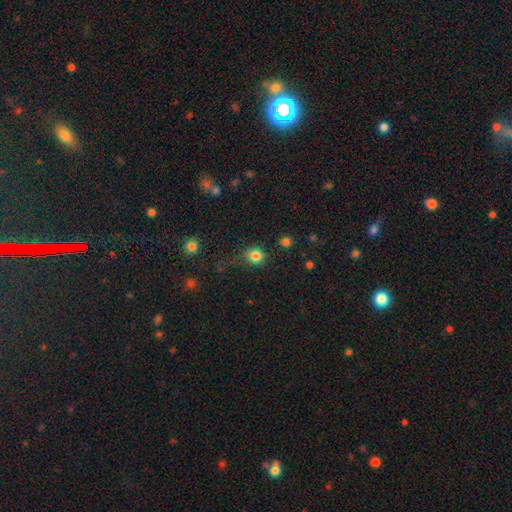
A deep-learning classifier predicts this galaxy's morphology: A smooth galaxy with no disk features (83%) that is round (83%).

Vote fractions:
- Smooth or featured? smooth: 83% / star or artifact: 12% / featured or disk: 5%
- How rounded? round: 83% / in between: 16% / cigar-shaped: 1%
- Merging? none: 72% / minor disturbance: 17% / major disturbance: 7% / merger: 3%